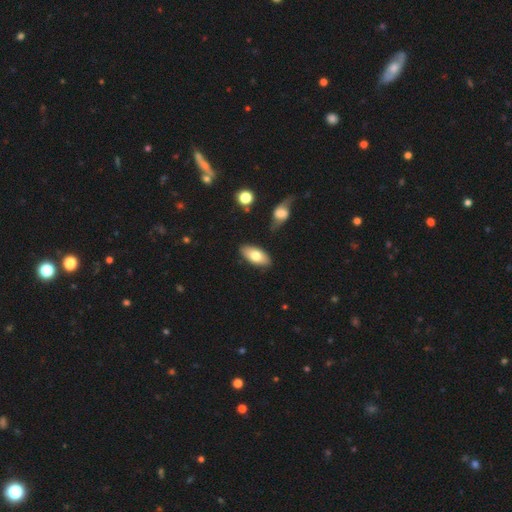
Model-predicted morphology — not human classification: Smooth or featured?
  - smooth: 73% *
  - featured or disk: 21%
  - star or artifact: 6%
How rounded?
  - in between: 91% *
  - cigar-shaped: 6%
  - round: 3%
Merging?
  - none: 82% *
  - minor disturbance: 12%
  - merger: 3%
  - major disturbance: 3%